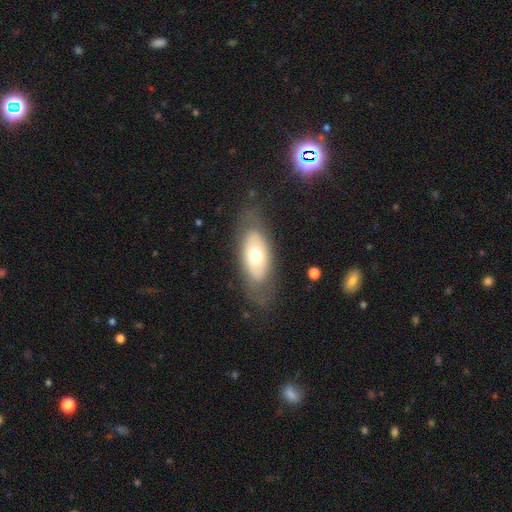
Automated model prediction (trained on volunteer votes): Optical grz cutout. It shows a smooth galaxy with no disk features (53%) that is in between round and cigar-shaped (87%). Merging: none (74%).